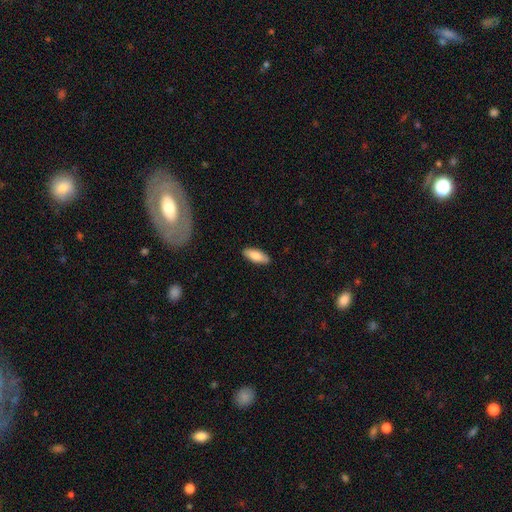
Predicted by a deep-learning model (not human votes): Smooth or featured?
  - smooth: 81% *
  - featured or disk: 14%
  - star or artifact: 6%
How rounded?
  - in between: 73% *
  - cigar-shaped: 25%
  - round: 2%
Merging?
  - none: 89% *
  - minor disturbance: 8%
  - major disturbance: 2%
  - merger: 1%